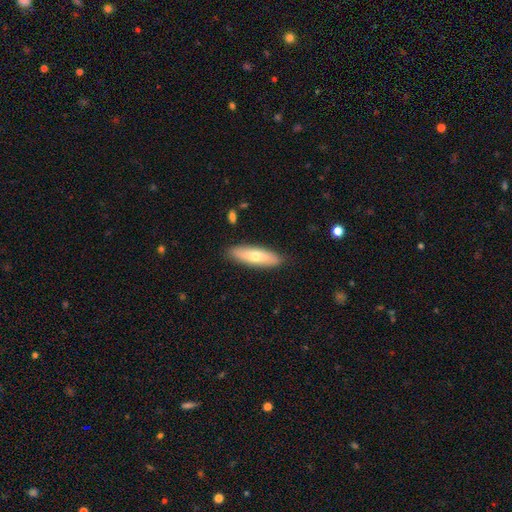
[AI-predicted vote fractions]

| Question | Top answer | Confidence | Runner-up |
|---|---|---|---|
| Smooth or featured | smooth | 58% | featured or disk (36%) |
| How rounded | cigar-shaped | 64% | in between (34%) |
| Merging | none | 88% | minor disturbance (9%) |